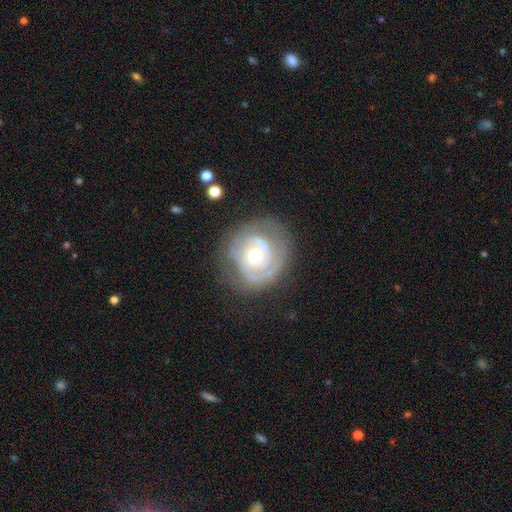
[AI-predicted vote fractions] featured or disk 80%, smooth 15%, star or artifact 5%. Down the decision tree: edge-on disk — no (97%); bar — no (78%); spiral arms — yes (85%); spiral arm count — 2 (41%); spiral winding — tight (66%); bulge size — moderate (58%); merging — none (69%).